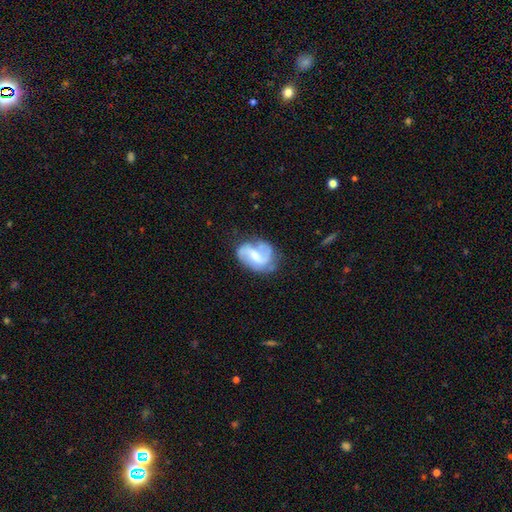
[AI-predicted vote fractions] This is likely a featured or disk galaxy (74%). It is clearly not viewed edge-on (98%). Bar: possibly weak (50%). Spiral arm pattern: clearly yes (90%). Spiral arm count: likely 2 (78%). Spiral winding: possibly medium (46%). Central bulge: marginally small (39%). Merging: possibly none (59%).